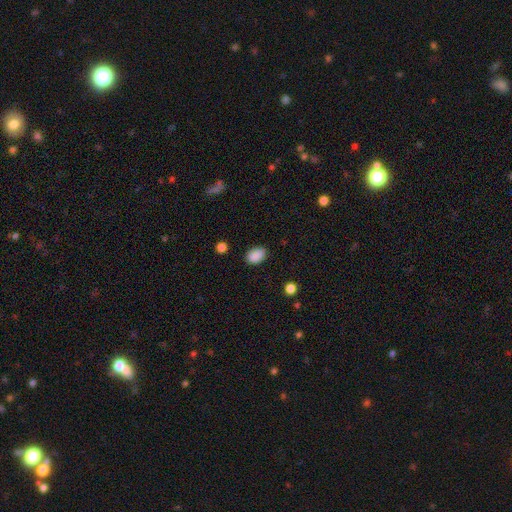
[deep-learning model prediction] This is clearly a smooth galaxy (89%). How rounded: clearly in between (84%). Merging: clearly none (85%).